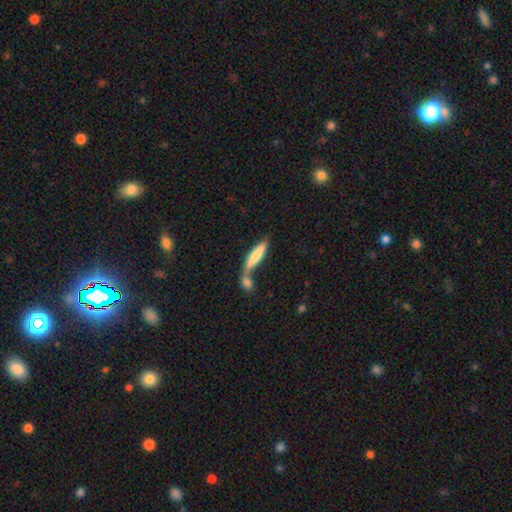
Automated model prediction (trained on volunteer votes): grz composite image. It shows a smooth galaxy with no disk features (73%) that is cigar-shaped (73%). Merging: merger (56%).